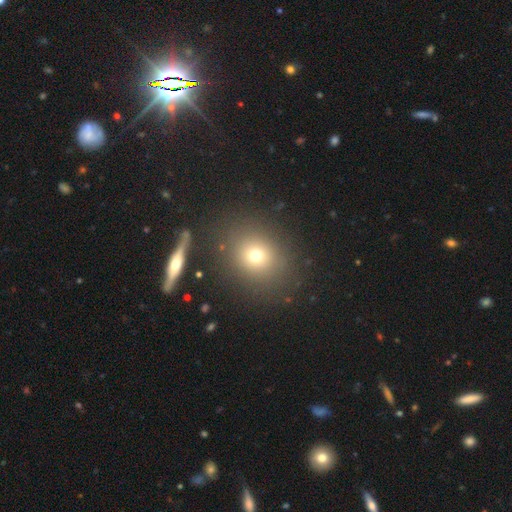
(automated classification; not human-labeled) Overall: smooth (70%). How rounded: round (75%). Merging: none (82%).